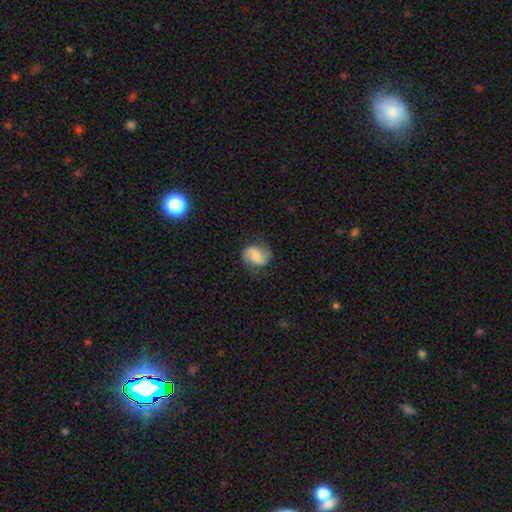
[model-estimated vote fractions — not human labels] Smooth or featured? featured or disk (50%)
Edge-on disk? no (97%)
Merging? none (77%)